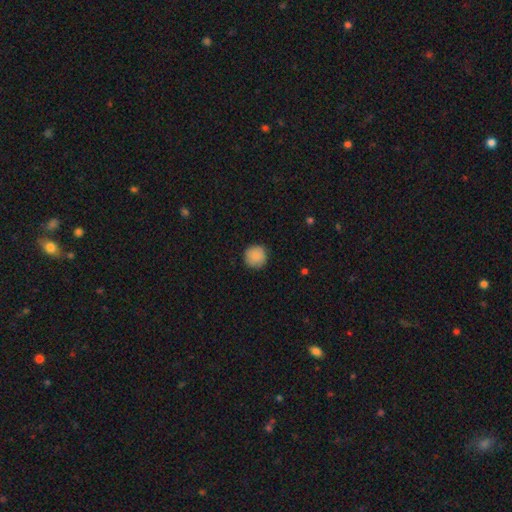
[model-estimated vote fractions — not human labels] Morphology: type=smooth (89%); roundness=round (95%); merging=none (90%).